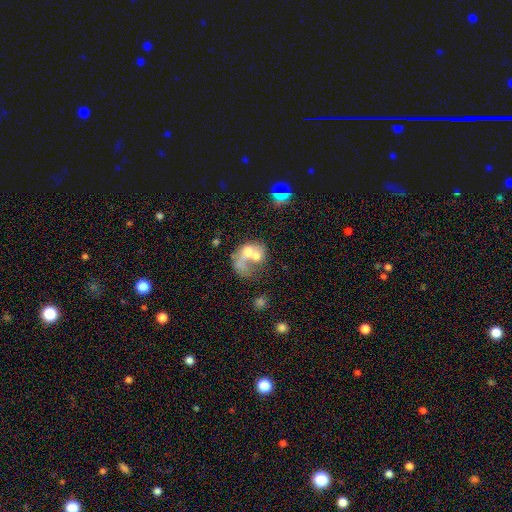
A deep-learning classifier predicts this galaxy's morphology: featured or disk 46%, smooth 42%, star or artifact 12%. Down the decision tree: merging — merger (62%).